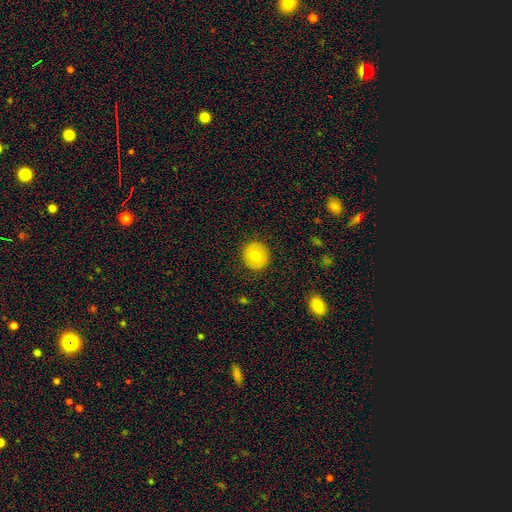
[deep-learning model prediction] smooth-or-featured: smooth: 74% | featured or disk: 19% | star or artifact: 8%
  how-rounded: round: 90% | in between: 9% | cigar-shaped: 1%
  merging: none: 91% | minor disturbance: 6% | major disturbance: 2% | merger: 1%